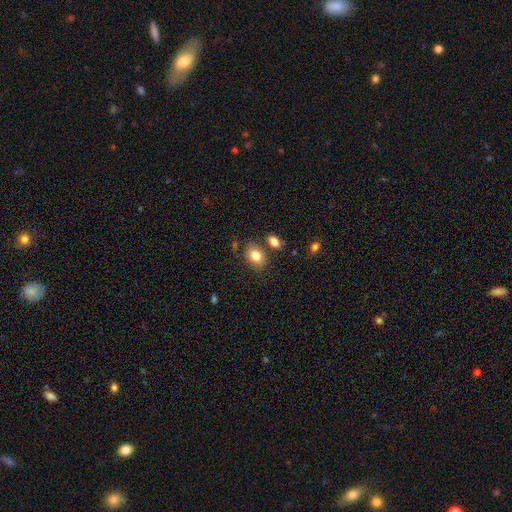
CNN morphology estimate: Smooth or featured: smooth — 82% (featured or disk — 9%)
How rounded: in between — 66% (round — 33%)
Merging: none — 74% (minor disturbance — 13%)